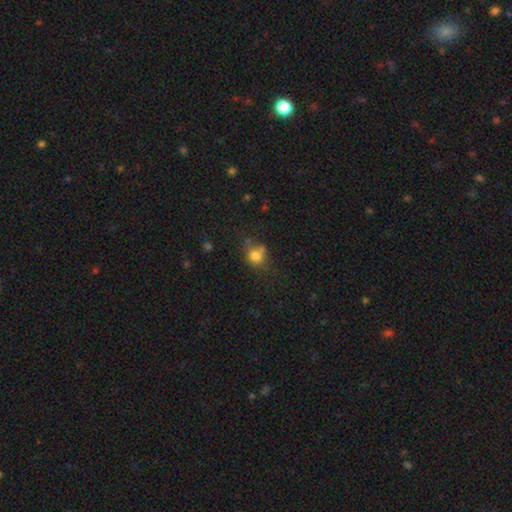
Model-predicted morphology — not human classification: smooth 77%, star or artifact 13%, featured or disk 10%. Down the decision tree: how rounded — round (74%); merging — none (57%).